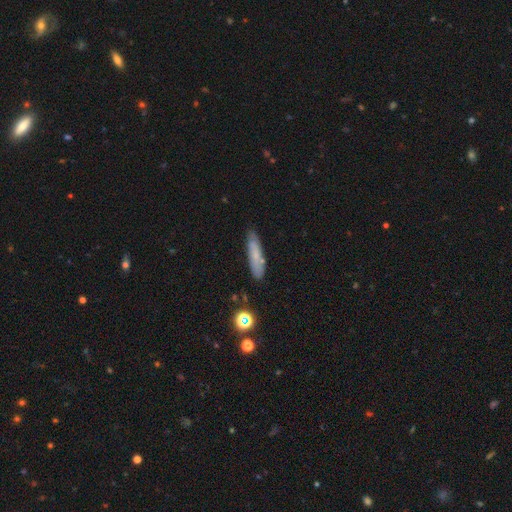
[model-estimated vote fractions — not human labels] Q: Smooth or featured?
A: smooth (63%); runner-up: featured or disk (28%)
Q: How rounded?
A: cigar-shaped (77%); runner-up: in between (21%)
Q: Merging?
A: none (76%); runner-up: minor disturbance (17%)